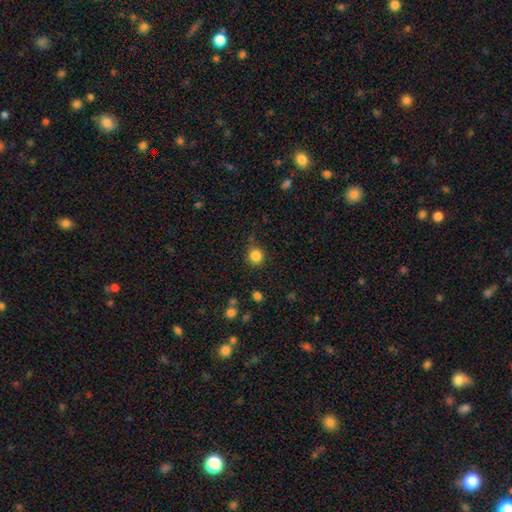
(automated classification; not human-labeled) Smooth or featured? Predicted: smooth (p=0.84). How rounded? Predicted: round (p=0.92). Merging? Predicted: none (p=0.83).